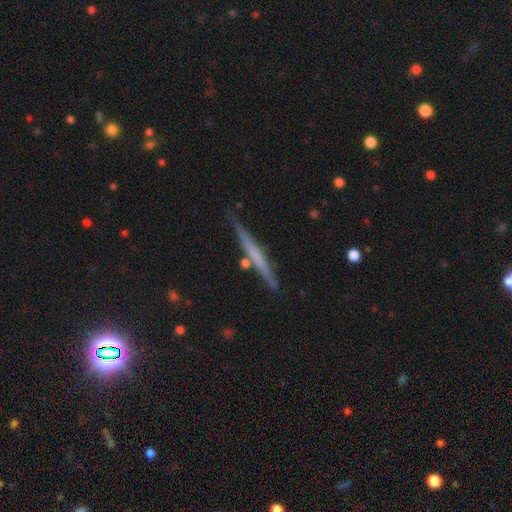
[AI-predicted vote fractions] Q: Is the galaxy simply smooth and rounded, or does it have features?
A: featured or disk — 51%.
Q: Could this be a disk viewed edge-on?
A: yes — 96%.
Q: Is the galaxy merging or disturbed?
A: none — 84%.